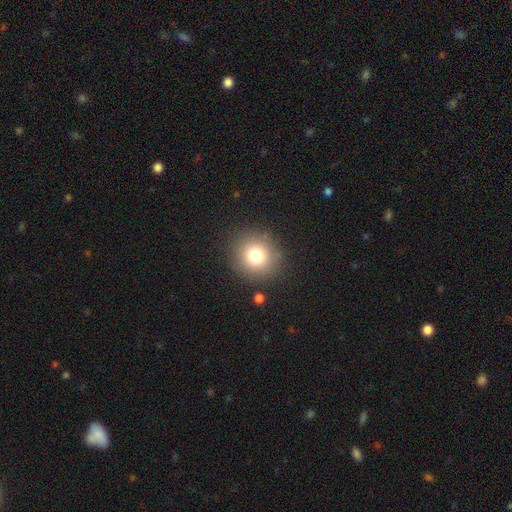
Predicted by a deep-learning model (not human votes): Smooth or featured?
  - smooth: 77% *
  - star or artifact: 14%
  - featured or disk: 10%
How rounded?
  - round: 91% *
  - in between: 8%
  - cigar-shaped: 1%
Merging?
  - none: 87% *
  - minor disturbance: 8%
  - major disturbance: 3%
  - merger: 2%